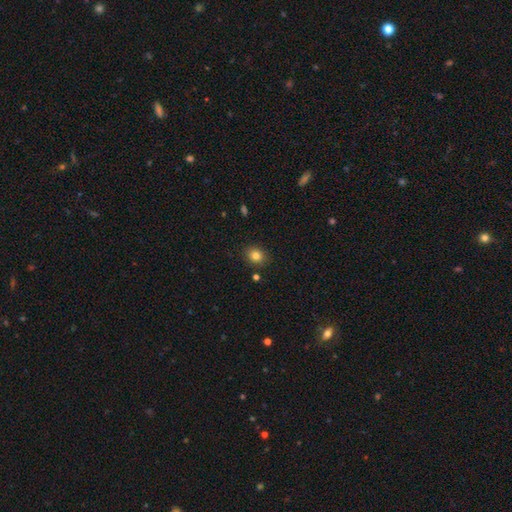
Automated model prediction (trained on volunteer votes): Overall: smooth (82%). How rounded: round (59%; in between 40%). Merging: none (87%).